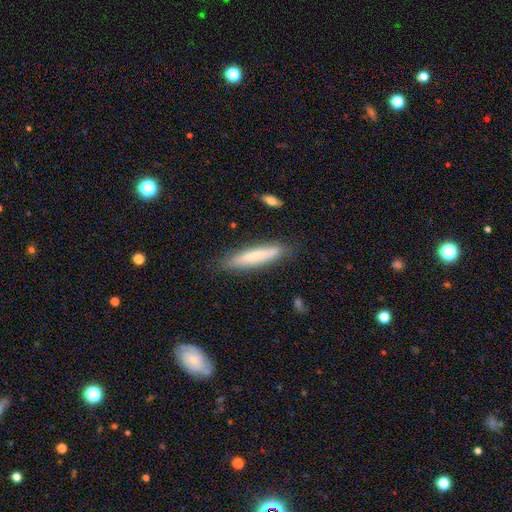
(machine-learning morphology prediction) Overall: smooth (66%; featured or disk 27%). How rounded: cigar-shaped (88%). Merging: none (83%).